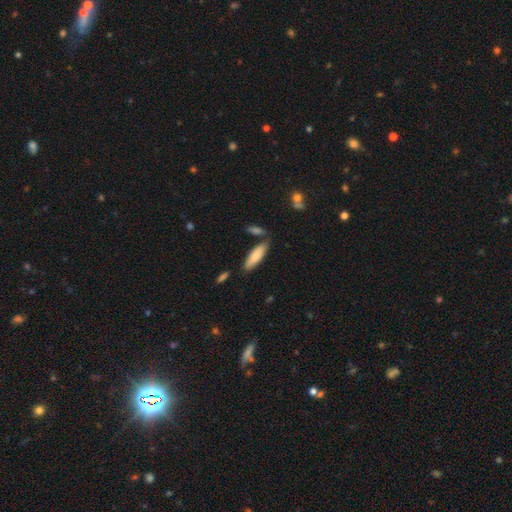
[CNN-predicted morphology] Smooth or featured? Predicted: smooth (p=0.80). How rounded? Predicted: cigar-shaped (p=0.56). Merging? Predicted: none (p=0.74).